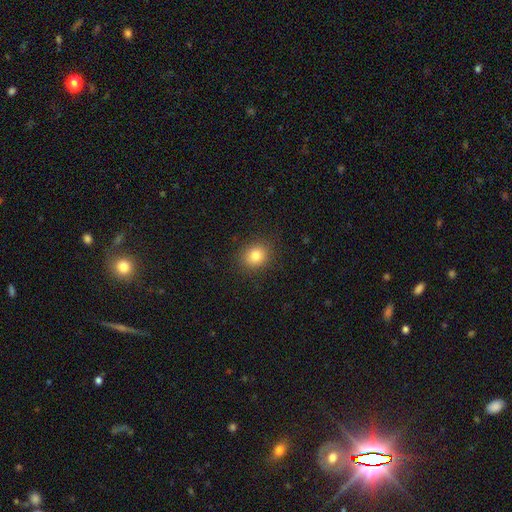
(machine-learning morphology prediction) Q: Smooth or featured?
A: smooth (81%); runner-up: star or artifact (12%)
Q: How rounded?
A: round (69%); runner-up: in between (30%)
Q: Merging?
A: none (88%); runner-up: minor disturbance (8%)